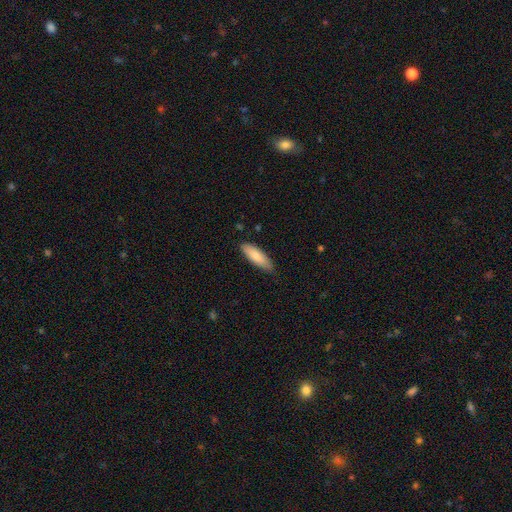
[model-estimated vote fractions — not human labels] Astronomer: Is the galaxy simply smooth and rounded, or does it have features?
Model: smooth — 83%.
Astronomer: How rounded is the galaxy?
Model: in between — 53% (runner-up: cigar-shaped, 46%).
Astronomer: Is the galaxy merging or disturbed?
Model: none — 82%.